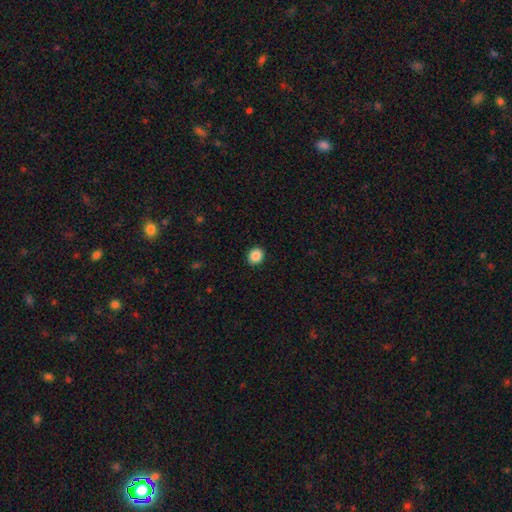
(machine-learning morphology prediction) Overall: smooth (88%). How rounded: round (69%; in between 30%). Merging: none (91%).